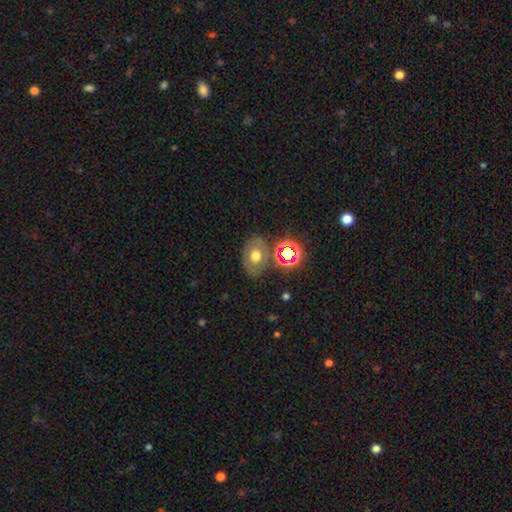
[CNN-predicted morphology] A smooth galaxy with no disk features (49%). Merging: none (73%).